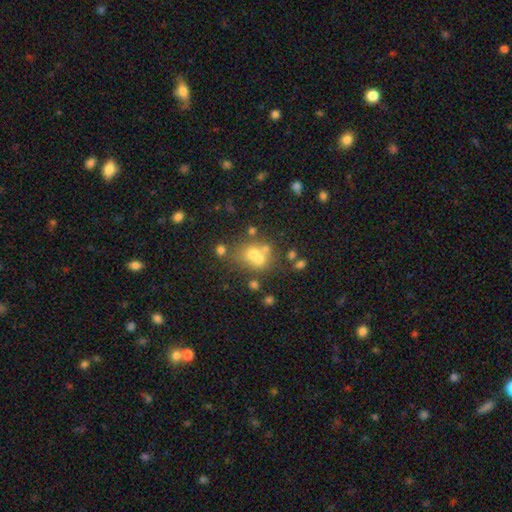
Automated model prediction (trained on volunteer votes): smooth 56%, featured or disk 25%, star or artifact 19%. Down the decision tree: how rounded — round (68%); merging — merger (46%).